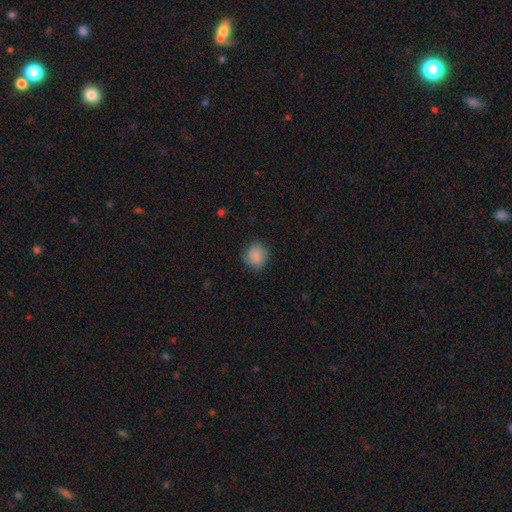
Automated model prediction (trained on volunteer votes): This is clearly a smooth galaxy (87%). How rounded: clearly round (83%). Merging: clearly none (82%).